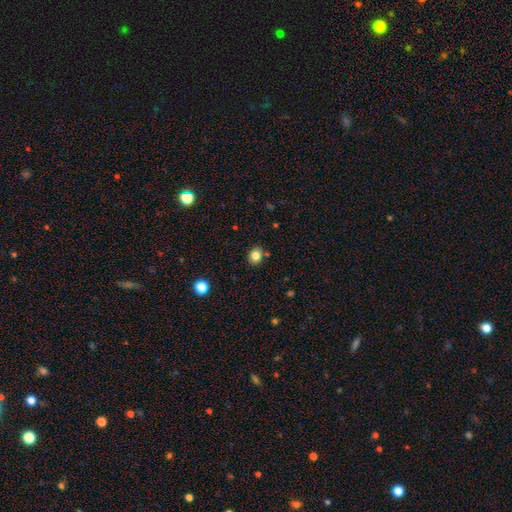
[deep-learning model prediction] smooth 82%, star or artifact 11%, featured or disk 6%. Down the decision tree: how rounded — round (61%); merging — none (85%).